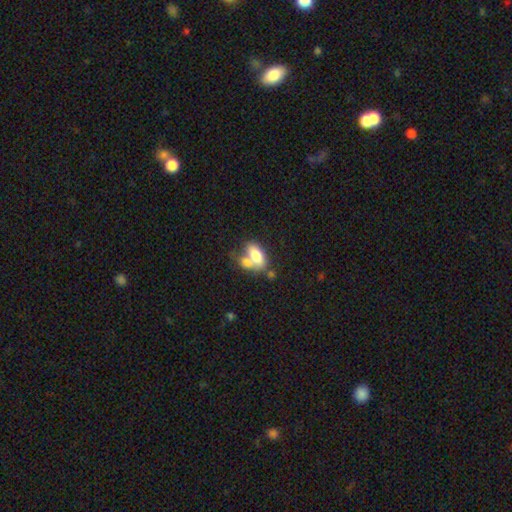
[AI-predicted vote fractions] A smooth galaxy with no disk features (73%) that is in between round and cigar-shaped (87%). Merging: merger (52%).